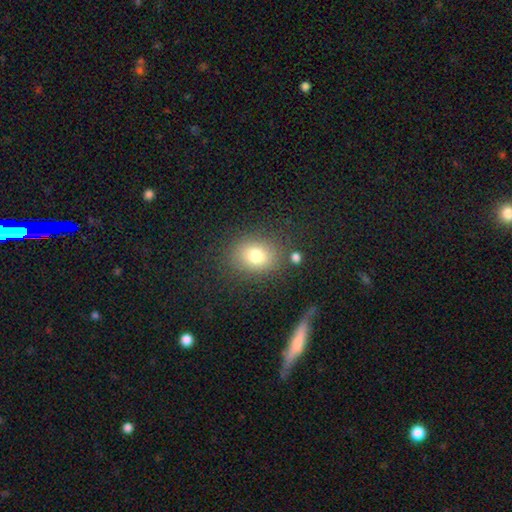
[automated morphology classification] This is likely a smooth galaxy (76%). How rounded: possibly round (52%). Merging: clearly none (80%).